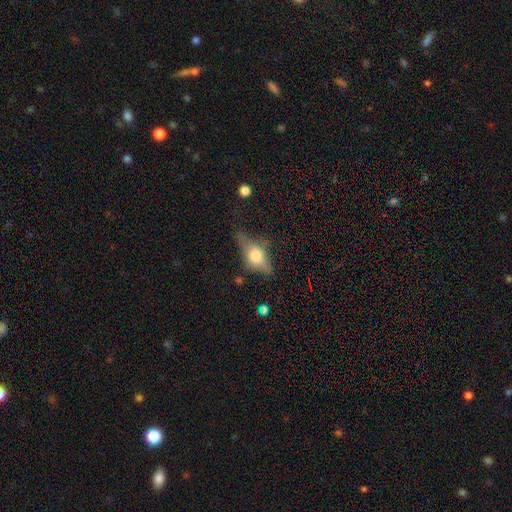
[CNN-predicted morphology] Q: Smooth or featured?
A: smooth (50%); runner-up: featured or disk (40%)
Q: Merging?
A: none (51%); runner-up: minor disturbance (29%)